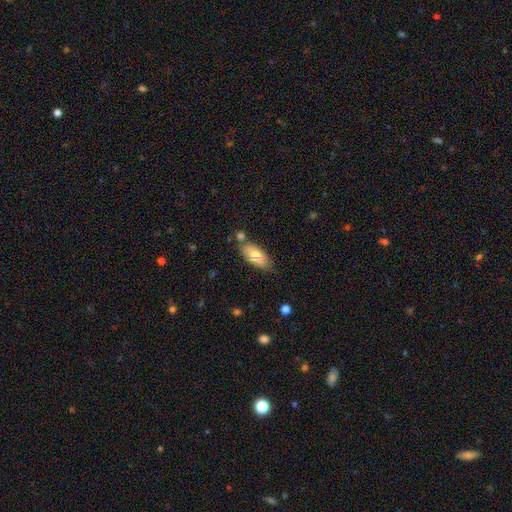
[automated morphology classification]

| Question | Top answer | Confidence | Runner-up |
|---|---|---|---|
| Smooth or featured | smooth | 71% | featured or disk (22%) |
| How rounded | in between | 86% | cigar-shaped (11%) |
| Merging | none | 71% | minor disturbance (16%) |